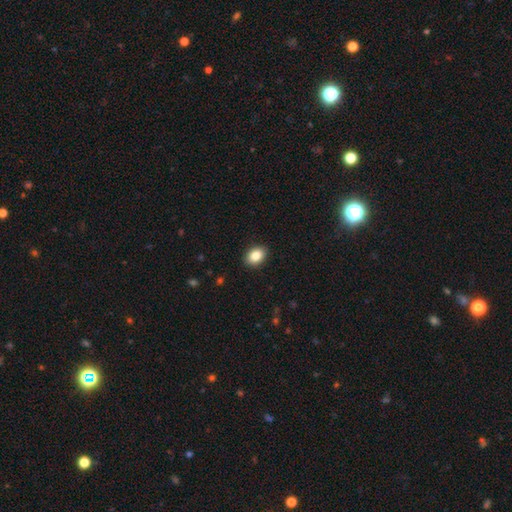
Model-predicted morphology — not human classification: smooth_or_featured: smooth (p=0.85) [alt: star or artifact p=0.08]
how_rounded: in between (p=0.75) [alt: round p=0.24]
merging: none (p=0.91) [alt: minor disturbance p=0.07]